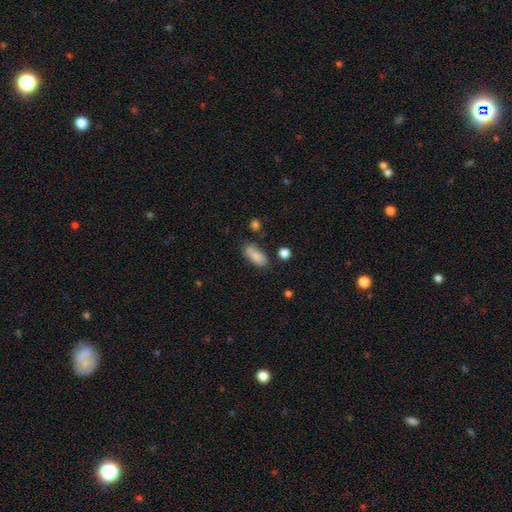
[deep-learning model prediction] Smooth or featured? smooth (87%)
How rounded? in between (84%)
Merging? none (72%)